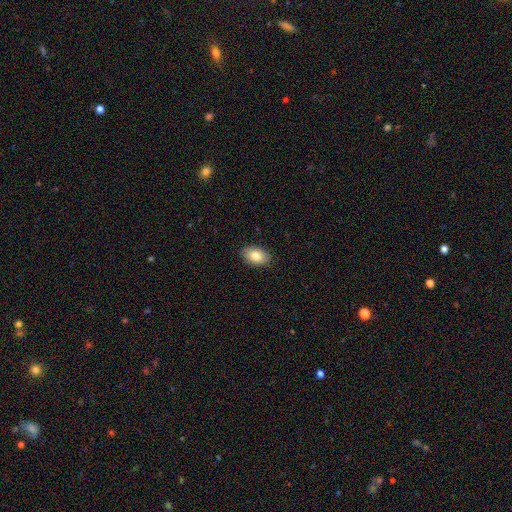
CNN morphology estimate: smooth_or_featured: smooth (p=0.83) [alt: featured or disk p=0.10]
how_rounded: in between (p=0.89) [alt: round p=0.10]
merging: none (p=0.88) [alt: minor disturbance p=0.09]